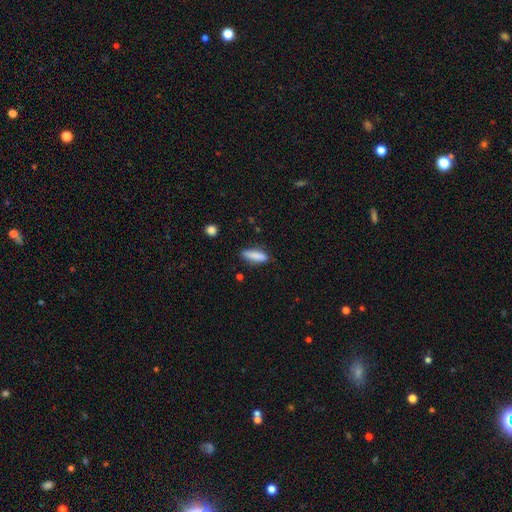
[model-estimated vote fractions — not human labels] A smooth galaxy with no disk features (85%) that is cigar-shaped (60%).

Vote fractions:
- Smooth or featured? smooth: 85% / featured or disk: 8% / star or artifact: 7%
- How rounded? cigar-shaped: 60% / in between: 38% / round: 2%
- Merging? none: 80% / minor disturbance: 15% / major disturbance: 3% / merger: 2%